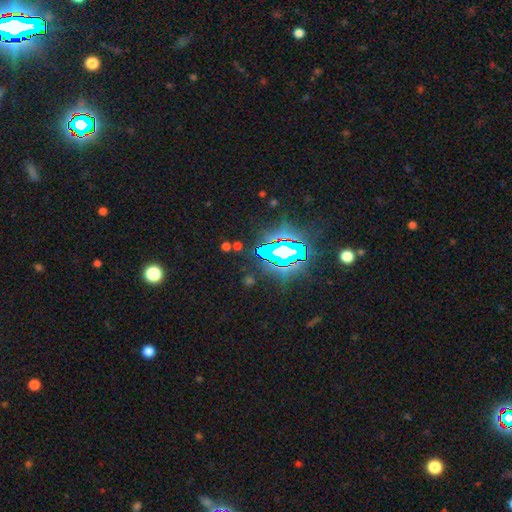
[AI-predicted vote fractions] The model was most divided on "smooth or featured": star or artifact: 84%, smooth: 9%, featured or disk: 7%.